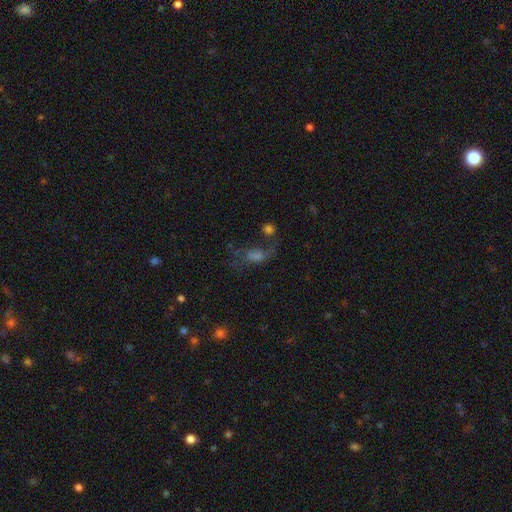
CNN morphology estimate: Smooth or featured: featured or disk — 38% (smooth — 35%)
Merging: none — 35% (major disturbance — 34%)